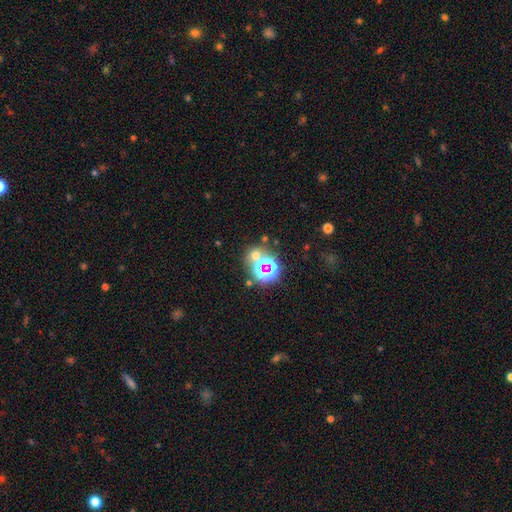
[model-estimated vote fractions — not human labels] Morphology: type=star or artifact (46%).